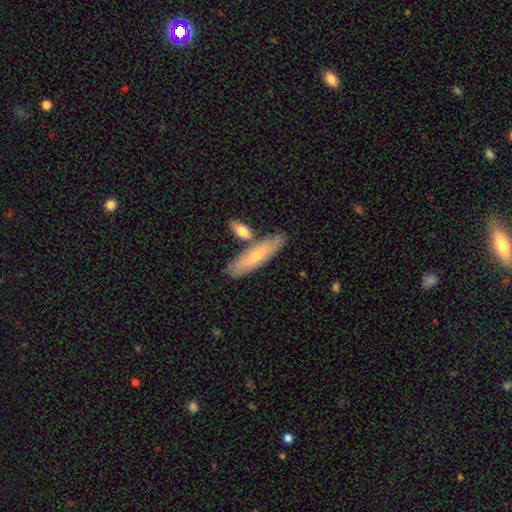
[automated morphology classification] smooth-or-featured: smooth: 63% | featured or disk: 32% | star or artifact: 5%
  how-rounded: cigar-shaped: 69% | in between: 29% | round: 2%
  merging: none: 68% | merger: 16% | minor disturbance: 13% | major disturbance: 3%